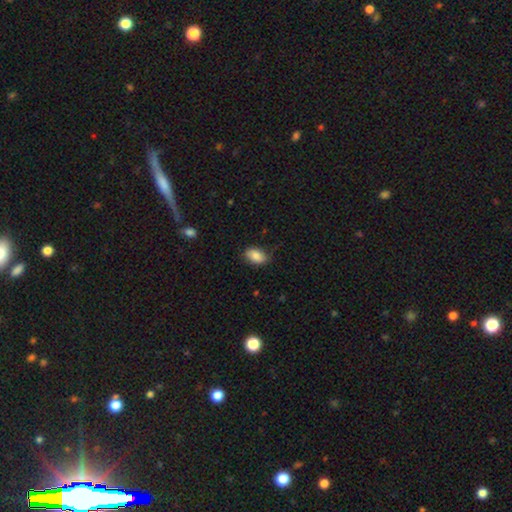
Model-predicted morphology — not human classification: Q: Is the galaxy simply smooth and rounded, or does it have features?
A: smooth — 84%.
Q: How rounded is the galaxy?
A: in between — 91%.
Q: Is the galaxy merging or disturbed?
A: none — 73%.